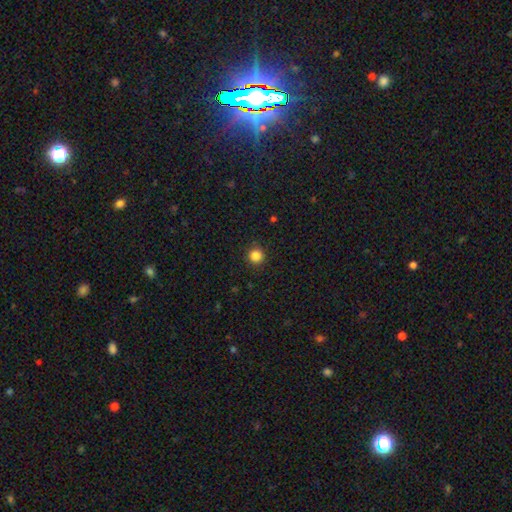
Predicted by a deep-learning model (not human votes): This appears to be a smooth galaxy with no disk features (85%) that is round (95%). Merging: none (91%).